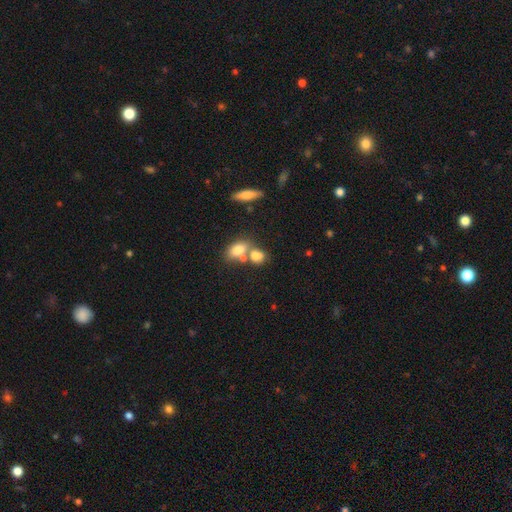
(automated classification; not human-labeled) smooth_or_featured: smooth (p=0.75) [alt: featured or disk p=0.14]
how_rounded: in between (p=0.58) [alt: round p=0.38]
merging: merger (p=0.49) [alt: none p=0.35]